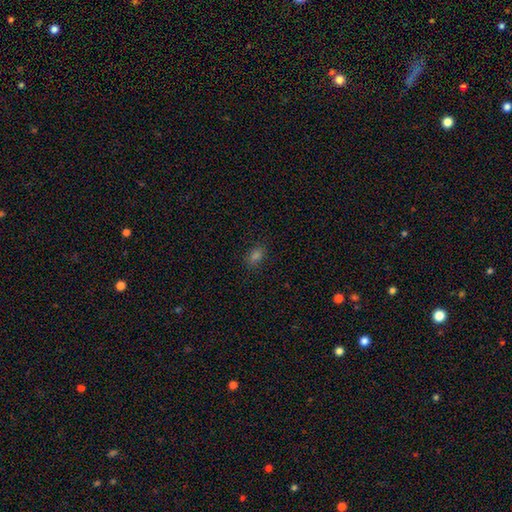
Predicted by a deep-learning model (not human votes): Smooth or featured: smooth — 76% (star or artifact — 19%)
How rounded: in between — 79% (round — 19%)
Merging: none — 86% (minor disturbance — 10%)